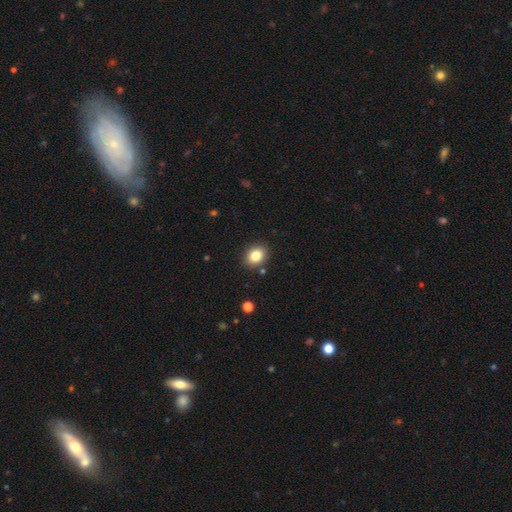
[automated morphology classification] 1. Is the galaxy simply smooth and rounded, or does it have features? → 84% smooth, 10% star or artifact, 6% featured or disk.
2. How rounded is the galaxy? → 51% round, 48% in between, 1% cigar-shaped.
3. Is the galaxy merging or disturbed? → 88% none, 8% minor disturbance, 2% major disturbance, 2% merger.